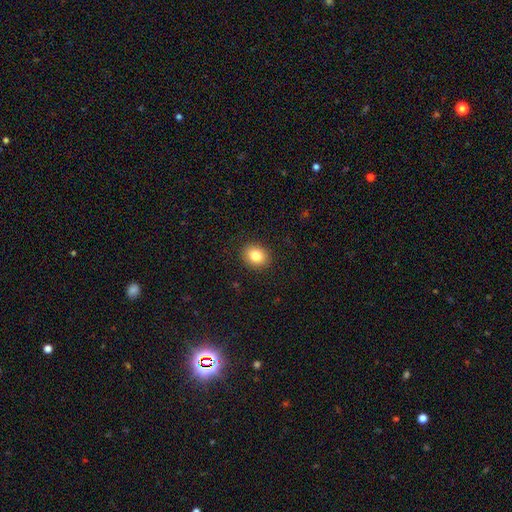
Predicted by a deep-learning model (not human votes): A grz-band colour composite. It shows a smooth galaxy with no disk features (83%) that is round (54%). Merging: none (90%).